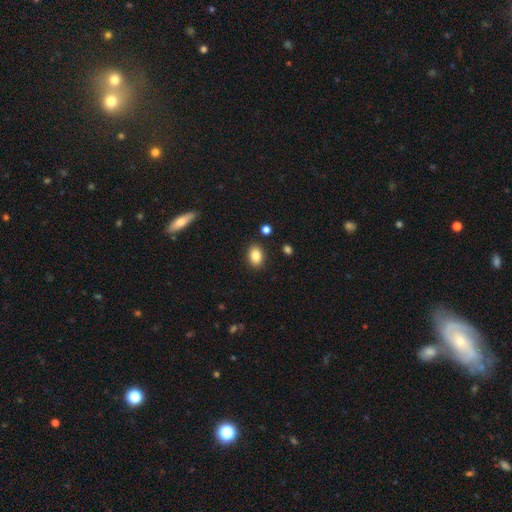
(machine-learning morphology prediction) Smooth or featured?
  - smooth: 85% *
  - star or artifact: 8%
  - featured or disk: 7%
How rounded?
  - in between: 81% *
  - round: 18%
  - cigar-shaped: 1%
Merging?
  - none: 87% *
  - minor disturbance: 9%
  - major disturbance: 2%
  - merger: 2%